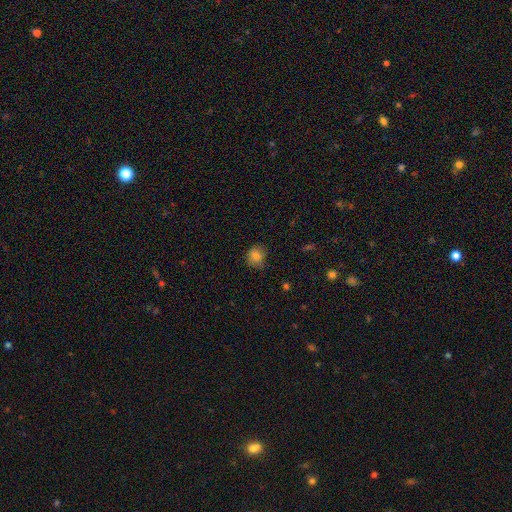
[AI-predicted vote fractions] smooth 81%, star or artifact 11%, featured or disk 8%. Down the decision tree: how rounded — round (76%); merging — none (76%).